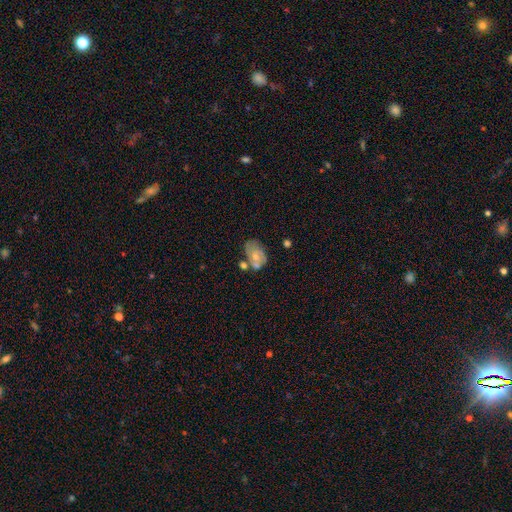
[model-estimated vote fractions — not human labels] Q: Smooth or featured?
A: smooth (51%); runner-up: featured or disk (41%)
Q: How rounded?
A: in between (82%); runner-up: round (17%)
Q: Merging?
A: none (33%); runner-up: merger (29%)